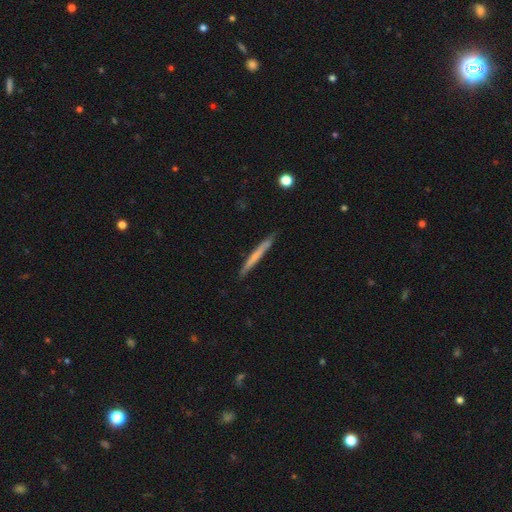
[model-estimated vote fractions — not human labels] This appears to be a smooth galaxy with no disk features (55%) that is cigar-shaped (97%). Merging: none (87%).